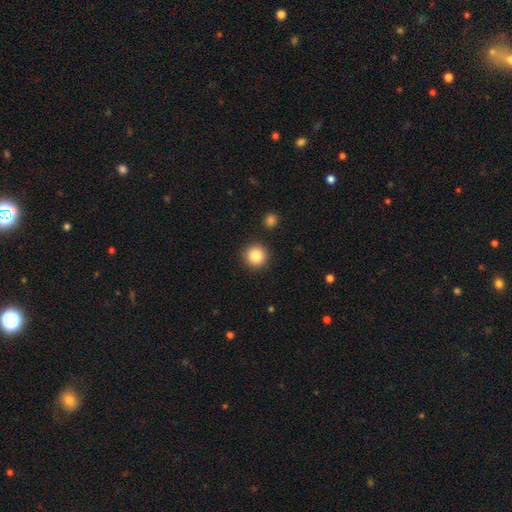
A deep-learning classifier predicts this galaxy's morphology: Smooth or featured: smooth — 84% (star or artifact — 10%)
How rounded: round — 95% (in between — 4%)
Merging: none — 90% (minor disturbance — 6%)